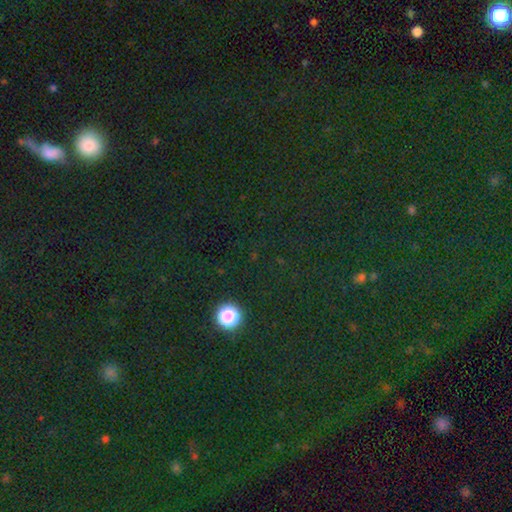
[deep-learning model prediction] Smooth or featured? Predicted: star or artifact (p=0.67).